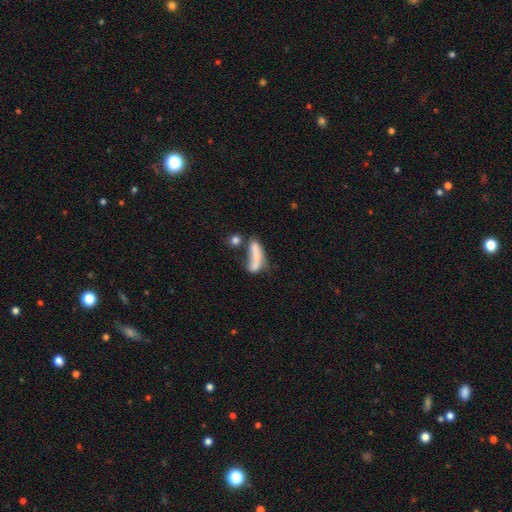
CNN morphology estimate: smooth-or-featured: smooth: 62% | featured or disk: 28% | star or artifact: 10%
  how-rounded: in between: 57% | cigar-shaped: 38% | round: 5%
  merging: merger: 43% | major disturbance: 22% | none: 21% | minor disturbance: 14%